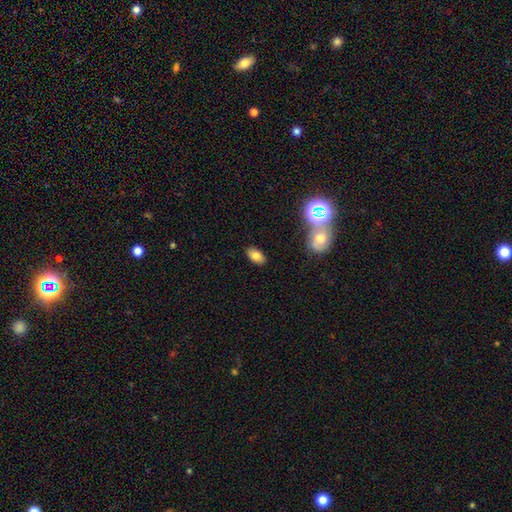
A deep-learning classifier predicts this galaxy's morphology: Smooth or featured: smooth — 79% (star or artifact — 11%)
How rounded: in between — 92% (round — 6%)
Merging: none — 86% (minor disturbance — 9%)